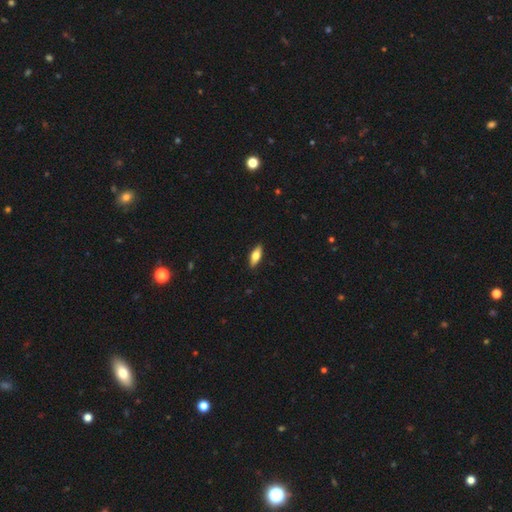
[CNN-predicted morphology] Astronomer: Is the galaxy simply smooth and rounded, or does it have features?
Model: smooth — 66%.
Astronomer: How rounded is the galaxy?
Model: in between — 68%.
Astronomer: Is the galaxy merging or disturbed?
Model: none — 89%.